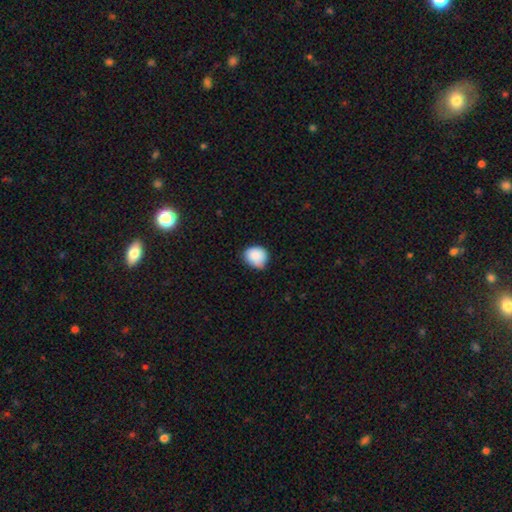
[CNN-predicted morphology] Smooth or featured: smooth — 87% (star or artifact — 8%)
How rounded: round — 71% (in between — 28%)
Merging: none — 65% (minor disturbance — 30%)